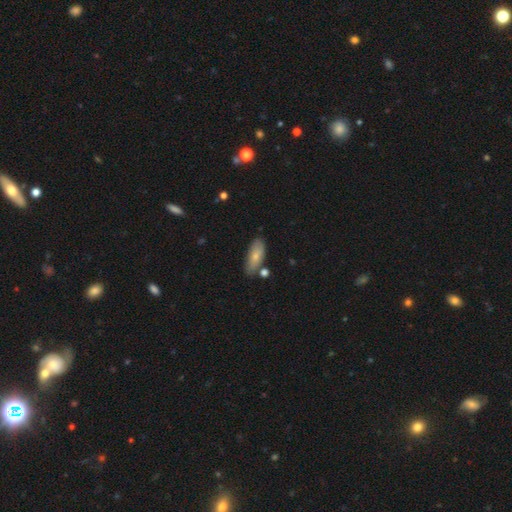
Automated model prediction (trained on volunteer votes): This appears to be a smooth galaxy with no disk features (76%) that is in between round and cigar-shaped (80%). Merging: none (71%).